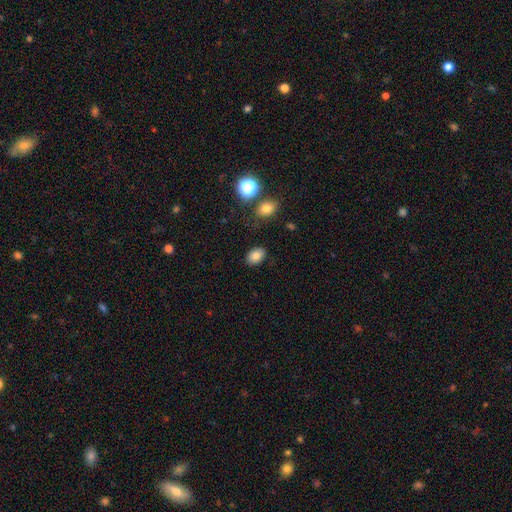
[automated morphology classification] Smooth or featured: smooth — 83% (star or artifact — 10%)
How rounded: in between — 80% (round — 19%)
Merging: none — 84% (minor disturbance — 10%)